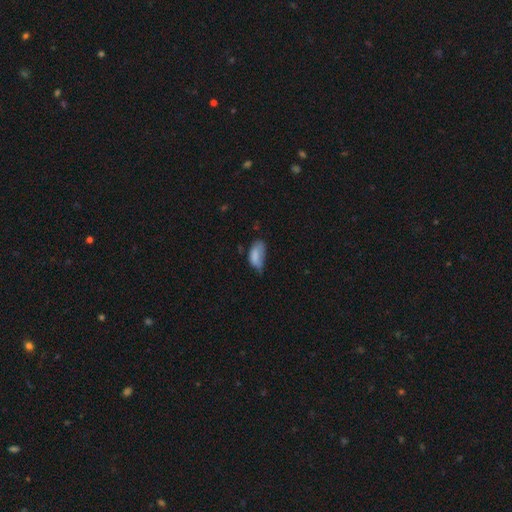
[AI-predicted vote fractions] Overall: smooth (74%). How rounded: in between (91%). Merging: minor disturbance (42%; major disturbance 29%).